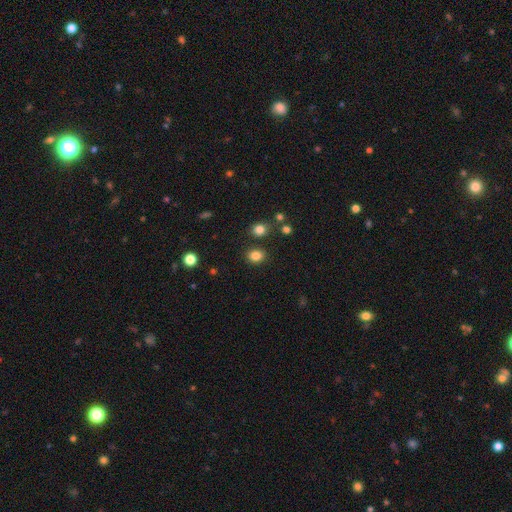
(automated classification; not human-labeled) smooth_or_featured: smooth (p=0.84) [alt: star or artifact p=0.12]
how_rounded: round (p=0.58) [alt: in between p=0.41]
merging: none (p=0.84) [alt: minor disturbance p=0.09]